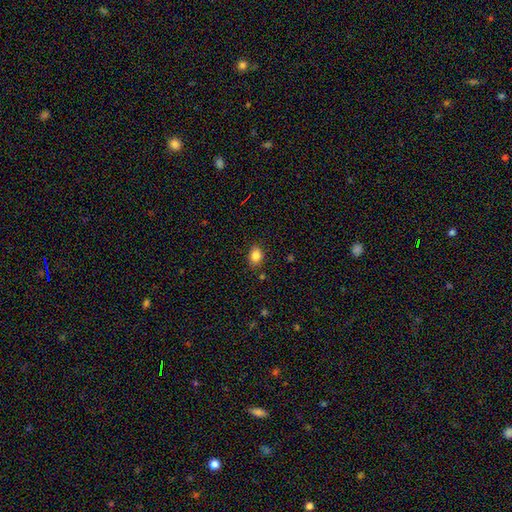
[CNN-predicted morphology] The model was most divided on "how rounded": in between: 63%, round: 36%, cigar-shaped: 1%. More confident: smooth or featured — smooth (84%); merging — none (84%).